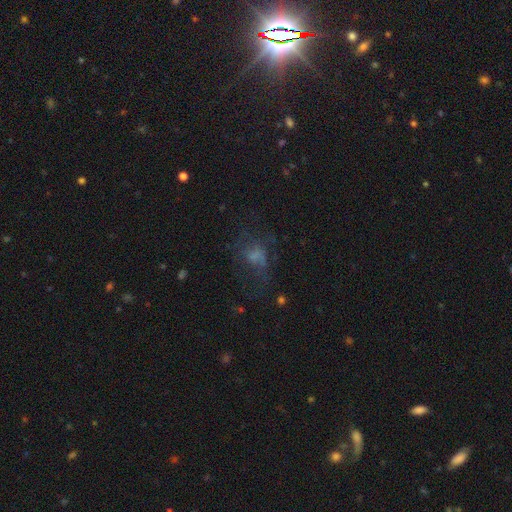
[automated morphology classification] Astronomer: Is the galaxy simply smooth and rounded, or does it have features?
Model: smooth — 43% (runner-up: featured or disk, 35%).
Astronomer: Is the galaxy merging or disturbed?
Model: none — 40% (runner-up: major disturbance, 38%).